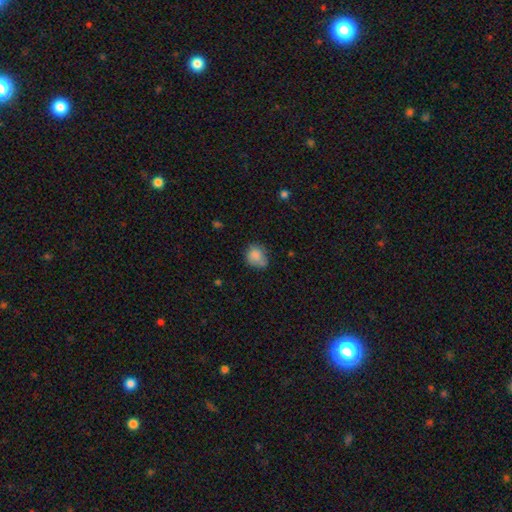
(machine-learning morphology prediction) The model was most divided on "merging": none: 55%, minor disturbance: 30%, major disturbance: 8%, merger: 7%. More confident: smooth or featured — smooth (82%); how rounded — round (68%).